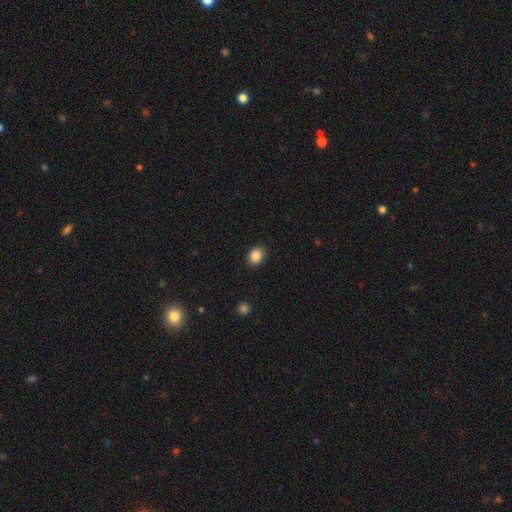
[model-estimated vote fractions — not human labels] Overall: smooth (87%). How rounded: in between (57%; round 42%). Merging: none (89%).